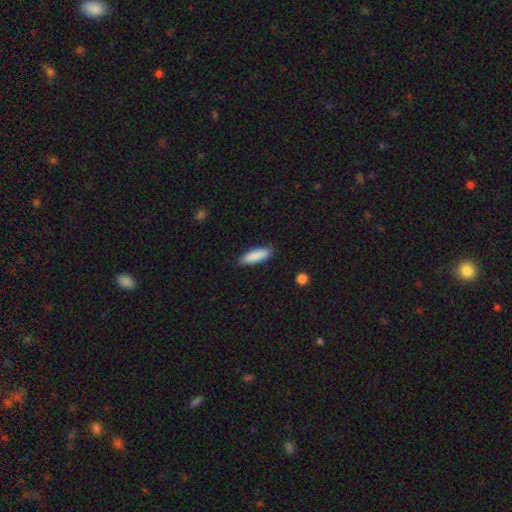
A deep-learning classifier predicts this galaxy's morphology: smooth 88%, featured or disk 6%, star or artifact 6%. Down the decision tree: how rounded — cigar-shaped (55%); merging — none (87%).